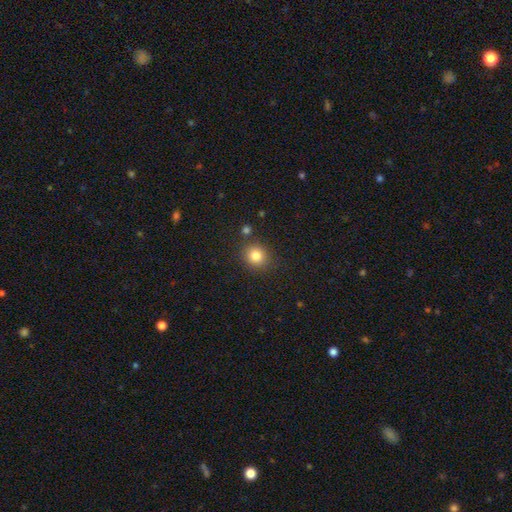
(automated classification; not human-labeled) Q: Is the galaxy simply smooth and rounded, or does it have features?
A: smooth — 82%.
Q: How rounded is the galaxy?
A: round — 85%.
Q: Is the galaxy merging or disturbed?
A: none — 83%.